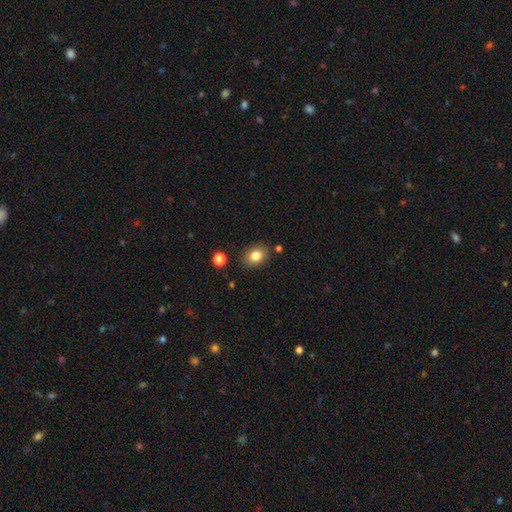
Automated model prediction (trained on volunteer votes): A smooth galaxy with no disk features (83%) that is in between round and cigar-shaped (63%).

Vote fractions:
- Smooth or featured? smooth: 83% / star or artifact: 10% / featured or disk: 8%
- How rounded? in between: 63% / round: 36% / cigar-shaped: 1%
- Merging? none: 84% / minor disturbance: 10% / merger: 3% / major disturbance: 3%